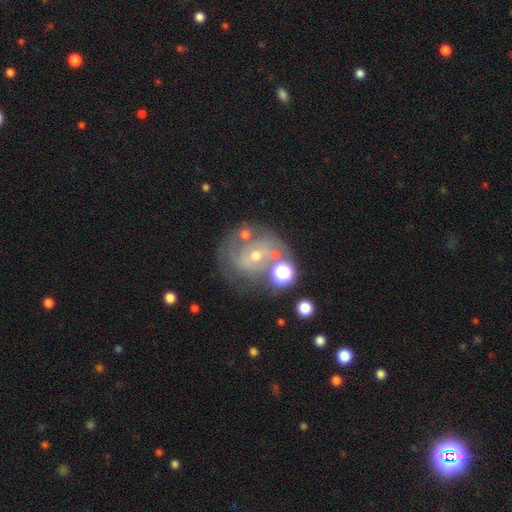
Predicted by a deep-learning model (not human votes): The model was most divided on "bulge size": small: 57%, moderate: 38%, large: 2%, none: 2%, dominant: 1%. More confident: edge-on disk — no (96%); spiral arms — yes (67%); smooth or featured — featured or disk (63%); bar — no (61%); merging — none (57%).